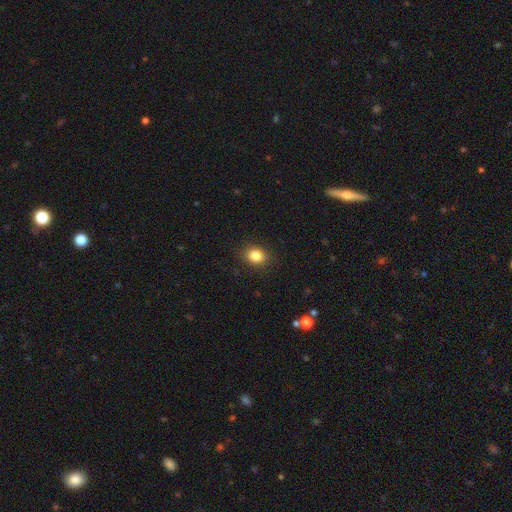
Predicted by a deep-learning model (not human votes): smooth 84%, star or artifact 11%, featured or disk 5%. Down the decision tree: how rounded — round (59%); merging — none (89%).